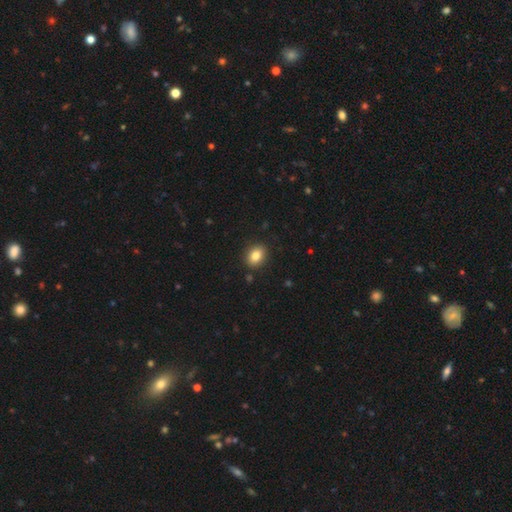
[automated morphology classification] This appears to be a smooth galaxy with no disk features (84%) that is in between round and cigar-shaped (58%). Merging: none (90%).